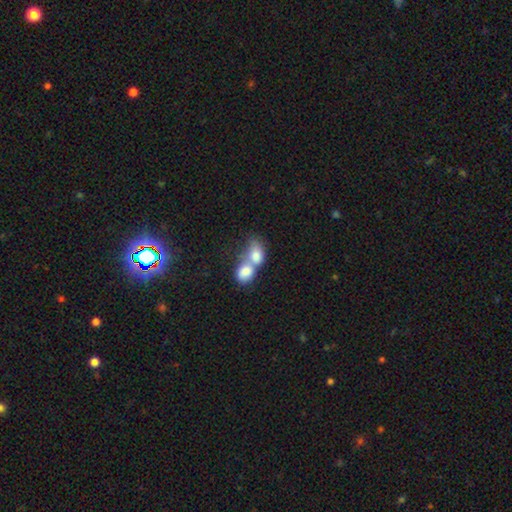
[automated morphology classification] Smooth or featured? Predicted: smooth (p=0.78). How rounded? Predicted: in between (p=0.73). Merging? Predicted: merger (p=0.80).